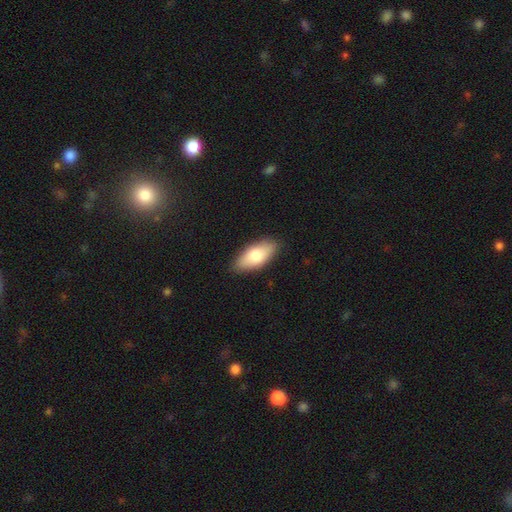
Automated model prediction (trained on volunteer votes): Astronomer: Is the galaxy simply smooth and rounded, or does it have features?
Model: smooth — 77%.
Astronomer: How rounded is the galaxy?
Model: in between — 85%.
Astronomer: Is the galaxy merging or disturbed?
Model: none — 86%.